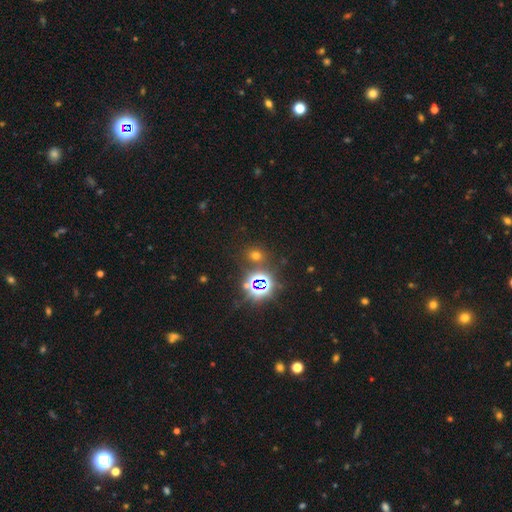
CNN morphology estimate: smooth-or-featured: smooth: 51% | star or artifact: 42% | featured or disk: 7%
  how-rounded: round: 71% | in between: 28% | cigar-shaped: 1%
  merging: none: 78% | minor disturbance: 9% | merger: 9% | major disturbance: 4%